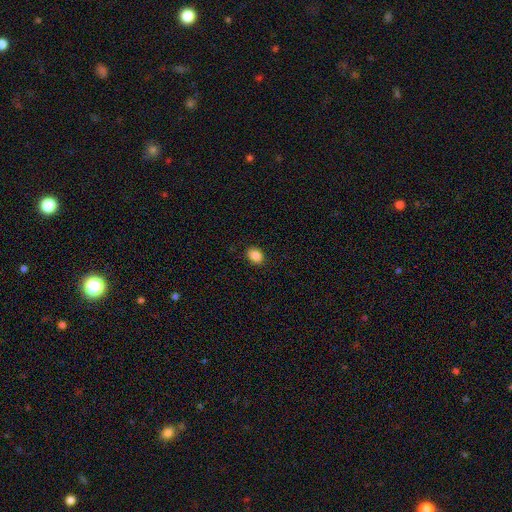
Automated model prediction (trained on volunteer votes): This appears to be a smooth galaxy with no disk features (87%) that is in between round and cigar-shaped (58%). Merging: none (89%).